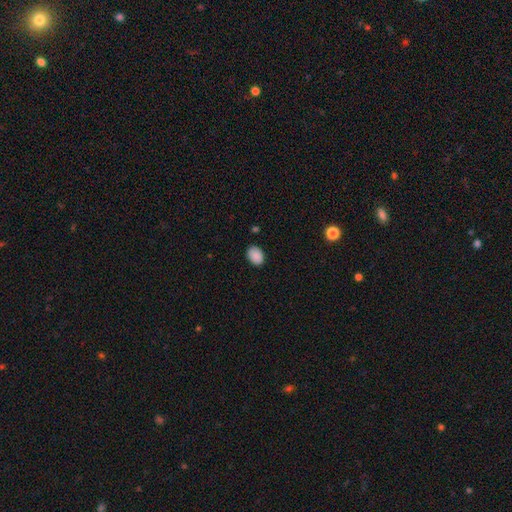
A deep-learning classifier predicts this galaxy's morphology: smooth 89%, star or artifact 8%, featured or disk 3%. Down the decision tree: how rounded — in between (78%); merging — none (85%).